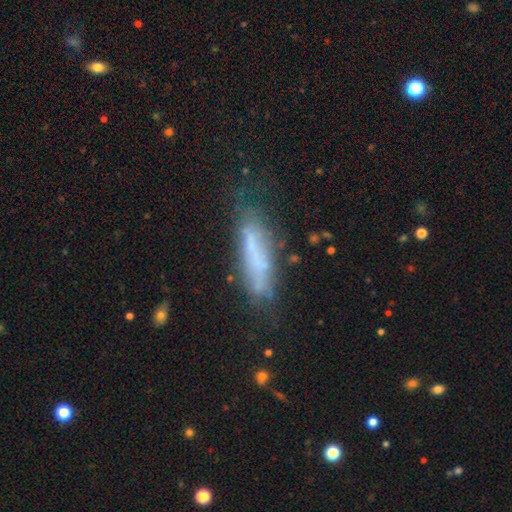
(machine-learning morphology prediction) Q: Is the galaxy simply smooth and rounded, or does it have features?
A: smooth — 48%.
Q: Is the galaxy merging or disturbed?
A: none — 57%.